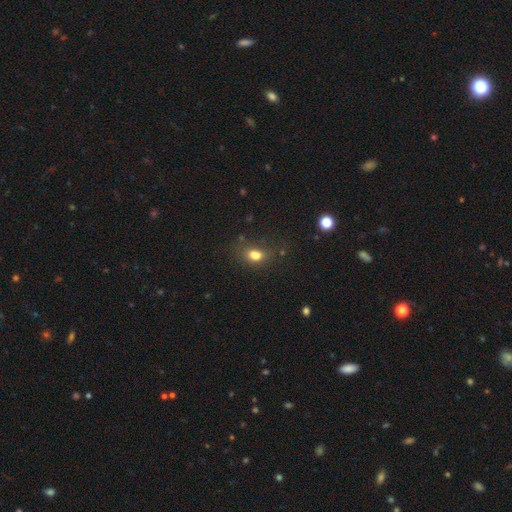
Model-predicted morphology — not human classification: Smooth or featured: smooth — 77% (star or artifact — 14%)
How rounded: in between — 69% (round — 28%)
Merging: none — 63% (minor disturbance — 22%)